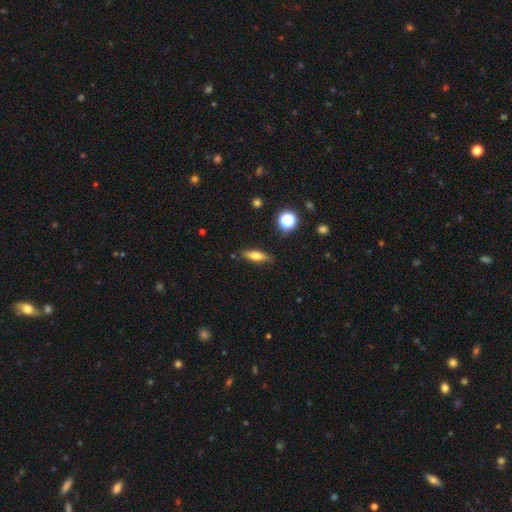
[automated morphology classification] type=smooth (70%); roundness=cigar-shaped (48%, tied with in between); merging=none (83%).